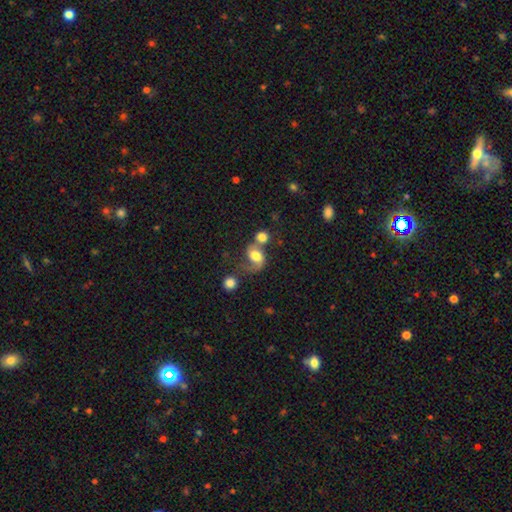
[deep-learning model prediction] Overall: smooth (52%; featured or disk 38%). How rounded: in between (53%; round 45%). Merging: merger (43%; none 23%).